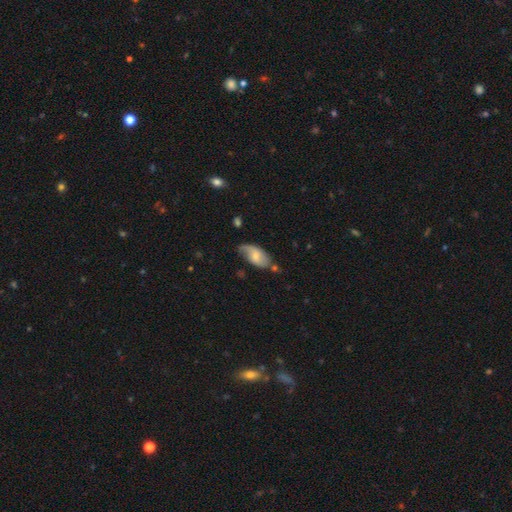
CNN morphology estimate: This appears to be a smooth galaxy with no disk features (52%) that is in between round and cigar-shaped (93%). Merging: none (55%).